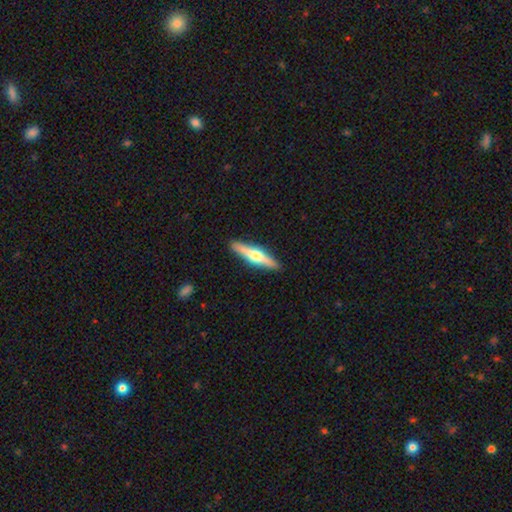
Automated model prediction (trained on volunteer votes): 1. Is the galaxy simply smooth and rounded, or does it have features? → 62% featured or disk, 33% smooth, 5% star or artifact.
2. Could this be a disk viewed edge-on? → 96% yes, 4% no.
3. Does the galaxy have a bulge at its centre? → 93% rounded, 4% boxy, 3% none.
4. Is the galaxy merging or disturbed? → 91% none, 6% minor disturbance, 1% major disturbance, 1% merger.